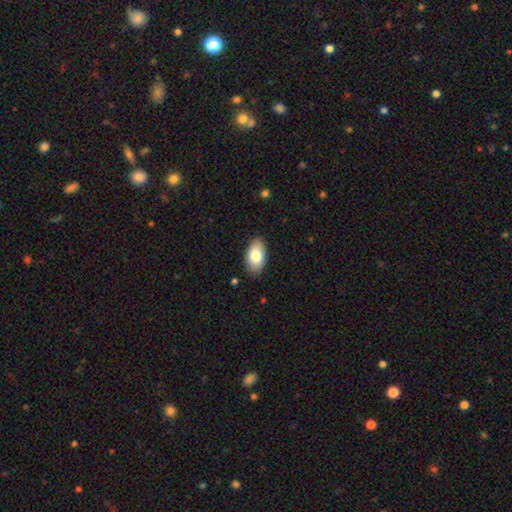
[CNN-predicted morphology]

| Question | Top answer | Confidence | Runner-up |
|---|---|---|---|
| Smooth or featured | smooth | 81% | featured or disk (13%) |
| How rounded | in between | 94% | round (4%) |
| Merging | none | 87% | minor disturbance (10%) |